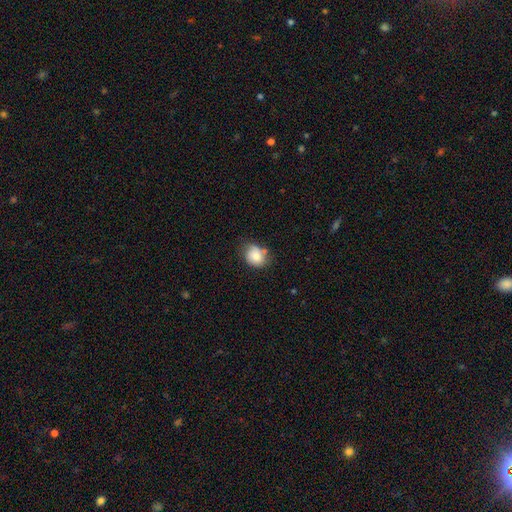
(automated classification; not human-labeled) Smooth or featured: smooth — 80% (featured or disk — 11%)
How rounded: round — 53% (in between — 46%)
Merging: none — 59% (minor disturbance — 26%)